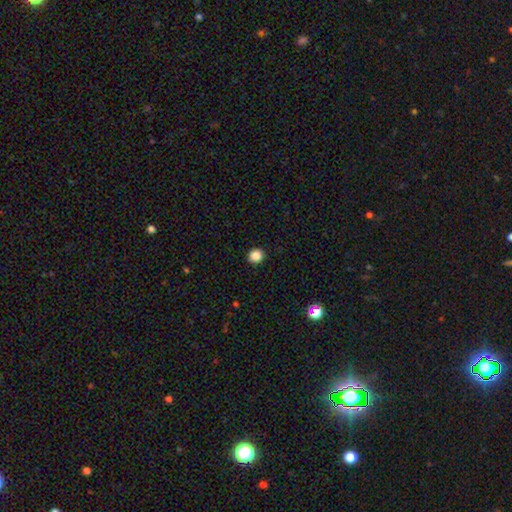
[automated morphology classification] A smooth galaxy with no disk features (86%) that is round (88%).

Vote fractions:
- Smooth or featured? smooth: 86% / star or artifact: 11% / featured or disk: 3%
- How rounded? round: 88% / in between: 11% / cigar-shaped: 1%
- Merging? none: 93% / minor disturbance: 4% / major disturbance: 2% / merger: 1%